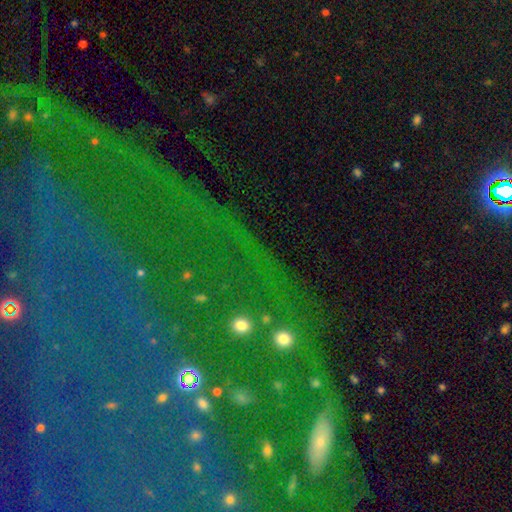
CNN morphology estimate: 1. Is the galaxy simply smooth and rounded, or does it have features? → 69% star or artifact, 16% featured or disk, 15% smooth.